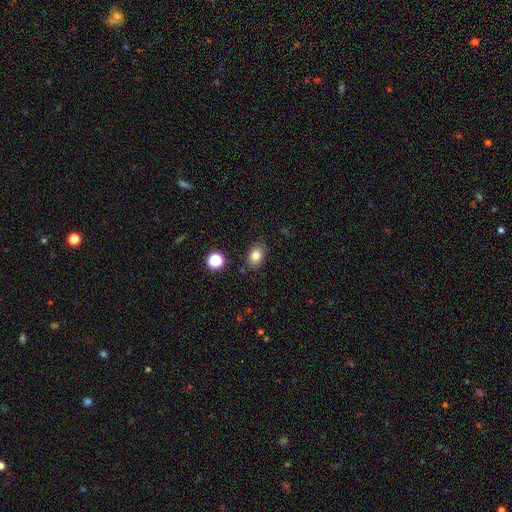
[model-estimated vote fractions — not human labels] smooth_or_featured: smooth (p=0.82) [alt: star or artifact p=0.11]
how_rounded: in between (p=0.71) [alt: round p=0.28]
merging: none (p=0.84) [alt: minor disturbance p=0.11]